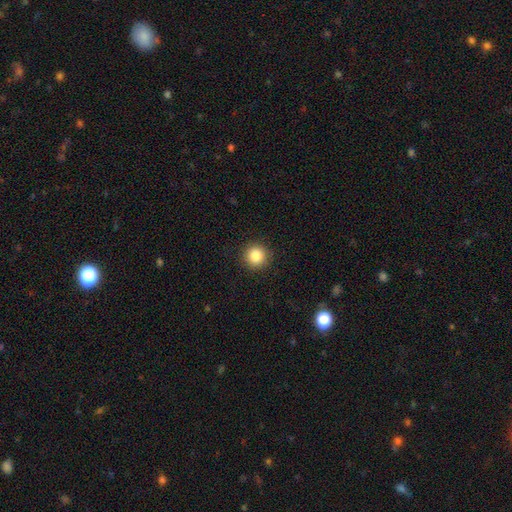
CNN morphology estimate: Smooth or featured: smooth — 85% (star or artifact — 10%)
How rounded: round — 94% (in between — 5%)
Merging: none — 92% (minor disturbance — 6%)